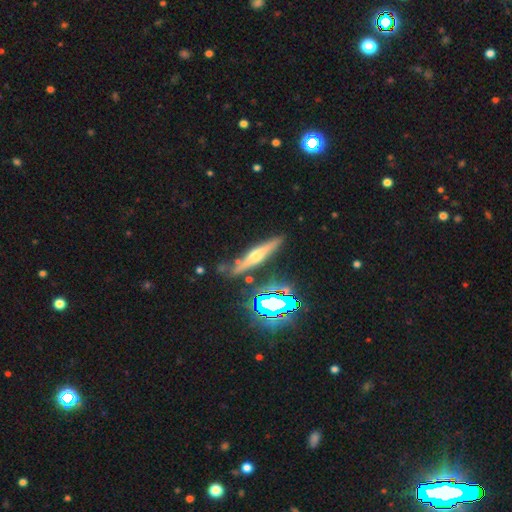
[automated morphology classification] type=featured or disk (59%); edge-on=yes (93%); edge-on bulge=rounded (88%); merging=none (81%).